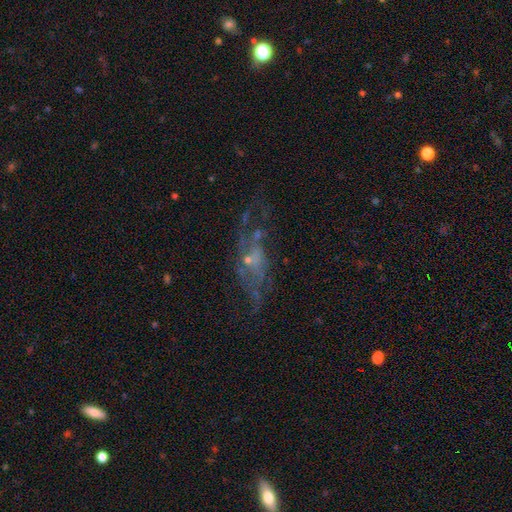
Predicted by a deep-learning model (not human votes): A featured or disk galaxy (67%) with no bar (74%), spiral arms (57%) and a small central bulge (59%).

Vote fractions:
- Smooth or featured? featured or disk: 67% / smooth: 18% / star or artifact: 14%
- Edge-on disk? no: 90% / yes: 10%
- Bar? no: 74% / weak: 21% / strong: 5%
- Spiral arms? yes: 57% / no: 43%
- Bulge size? small: 59% / none: 22% / moderate: 16% / large: 2% / dominant: 1%
- Merging? none: 45% / major disturbance: 29% / minor disturbance: 19% / merger: 7%